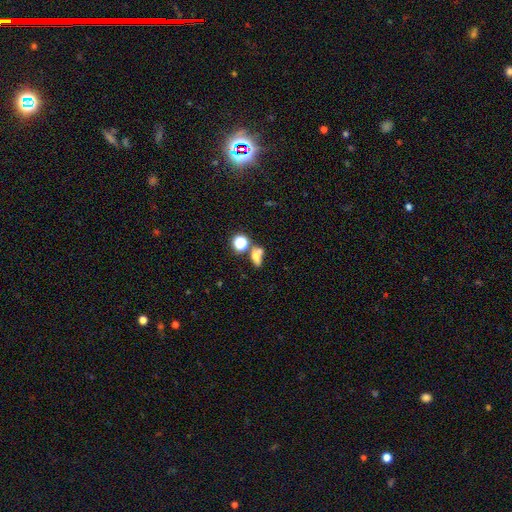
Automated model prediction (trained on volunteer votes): Overall: smooth (61%; featured or disk 21%). How rounded: in between (61%; round 30%). Merging: merger (40%; none 39%).